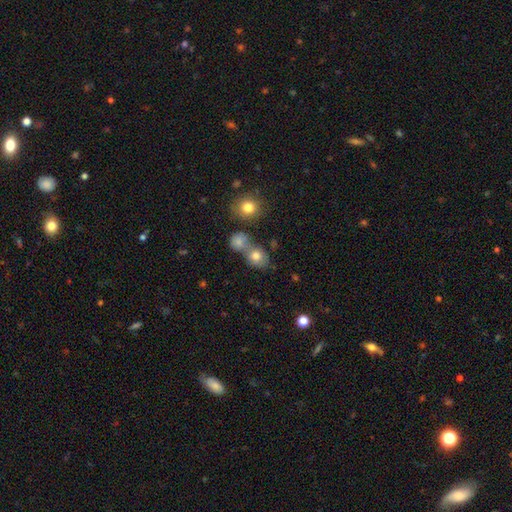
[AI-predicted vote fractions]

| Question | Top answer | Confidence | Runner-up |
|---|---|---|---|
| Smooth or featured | smooth | 75% | star or artifact (14%) |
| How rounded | round | 59% | in between (39%) |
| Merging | none | 46% | merger (39%) |